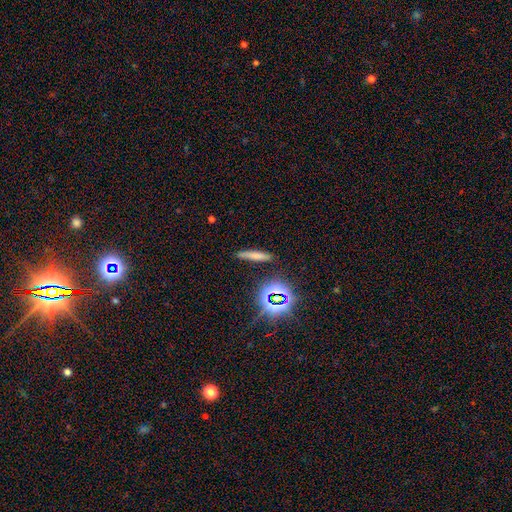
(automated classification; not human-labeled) This is likely a smooth galaxy (66%). How rounded: clearly cigar-shaped (87%). Merging: clearly none (84%).